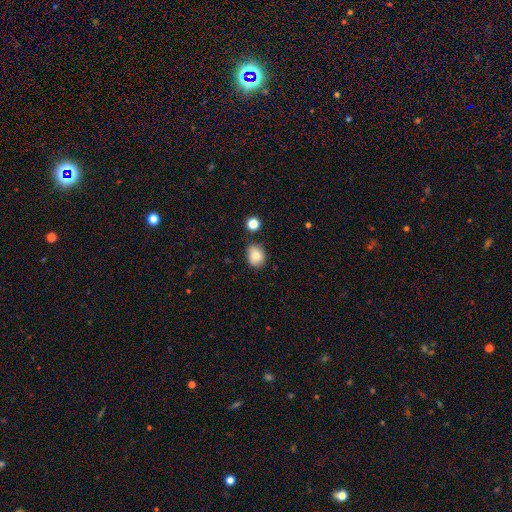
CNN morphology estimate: Smooth or featured: smooth — 83% (star or artifact — 10%)
How rounded: round — 58% (in between — 41%)
Merging: none — 79% (minor disturbance — 14%)